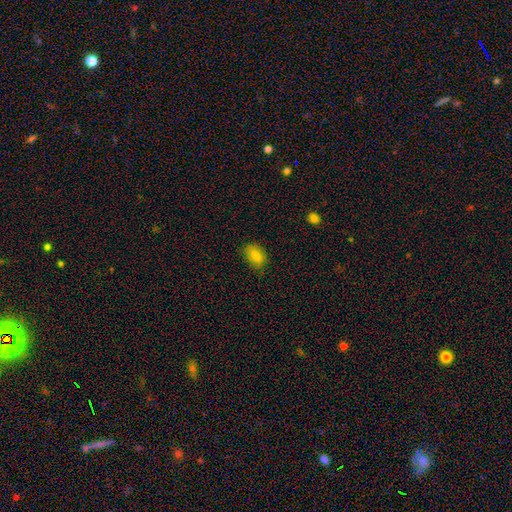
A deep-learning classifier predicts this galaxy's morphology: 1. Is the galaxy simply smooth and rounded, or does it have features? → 85% smooth, 10% star or artifact, 5% featured or disk.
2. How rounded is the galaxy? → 85% in between, 13% round, 2% cigar-shaped.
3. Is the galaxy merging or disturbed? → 77% none, 18% minor disturbance, 4% major disturbance, 1% merger.